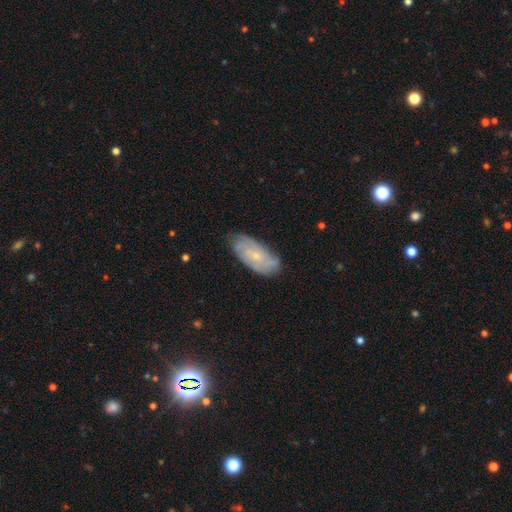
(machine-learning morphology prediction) A featured or disk galaxy (64%) with no bar (66%), spiral arms (85%) and a small central bulge (73%).

Vote fractions:
- Smooth or featured? featured or disk: 64% / smooth: 30% / star or artifact: 7%
- Edge-on disk? no: 92% / yes: 8%
- Bar? no: 66% / weak: 29% / strong: 5%
- Spiral arms? yes: 85% / no: 15%
- Bulge size? small: 73% / moderate: 21% / none: 4% / large: 1% / dominant: 1%
- Merging? none: 75% / minor disturbance: 19% / major disturbance: 4% / merger: 1%